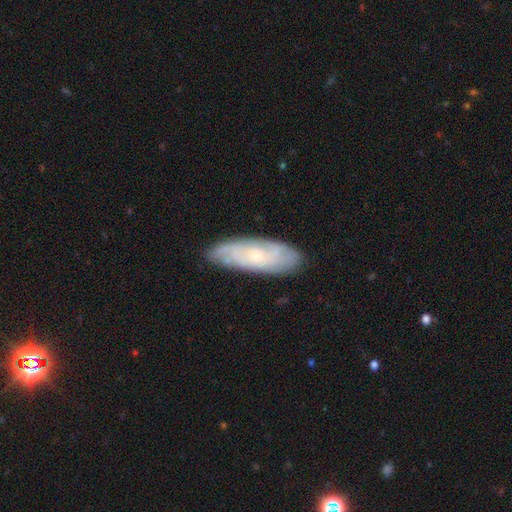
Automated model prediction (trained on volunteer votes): Smooth or featured? featured or disk (64%)
Edge-on disk? no (83%)
Bar? no (75%)
Spiral arms? yes (85%)
Bulge size? small (62%)
Merging? none (80%)